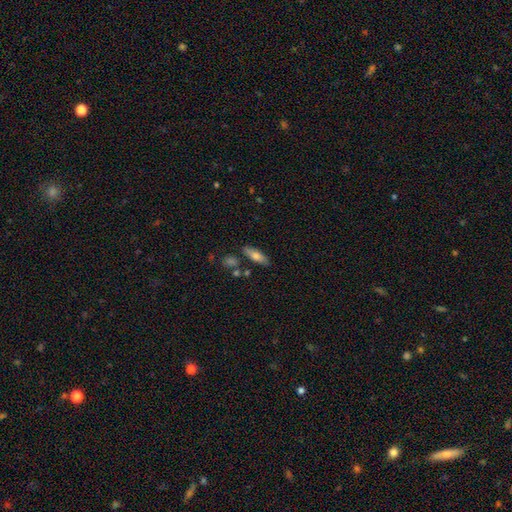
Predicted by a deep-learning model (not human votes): The model was most divided on "how rounded": in between: 54%, cigar-shaped: 43%, round: 3%. More confident: merging — none (80%); smooth or featured — smooth (69%).